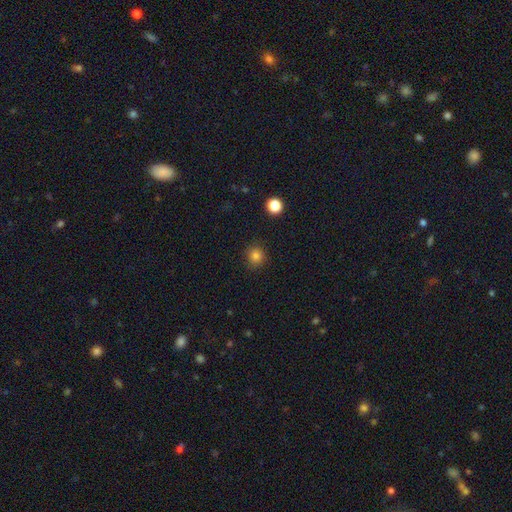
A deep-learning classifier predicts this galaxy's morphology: A smooth galaxy with no disk features (83%) that is round (90%). Merging: none (89%).